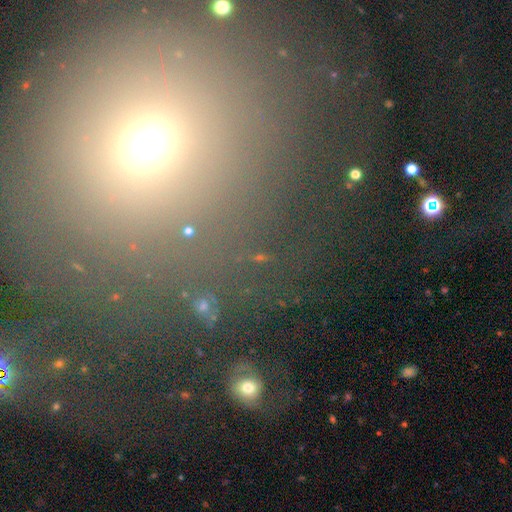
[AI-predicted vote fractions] A smooth galaxy with no disk features (50%) that is round (82%). Merging: none (75%).